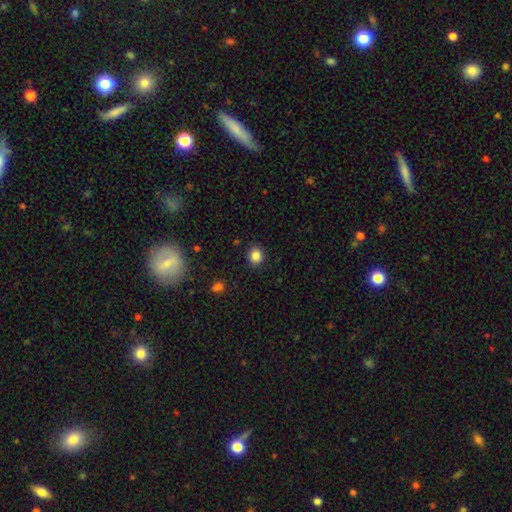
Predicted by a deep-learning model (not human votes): smooth 85%, star or artifact 11%, featured or disk 4%. Down the decision tree: how rounded — round (77%); merging — none (89%).